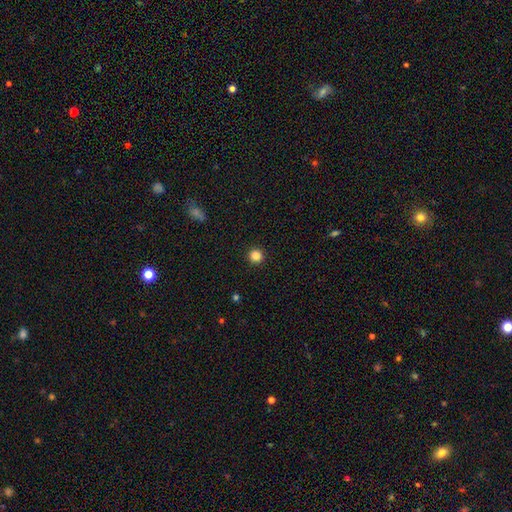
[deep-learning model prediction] Smooth or featured? Predicted: smooth (p=0.85). How rounded? Predicted: round (p=0.96). Merging? Predicted: none (p=0.94).